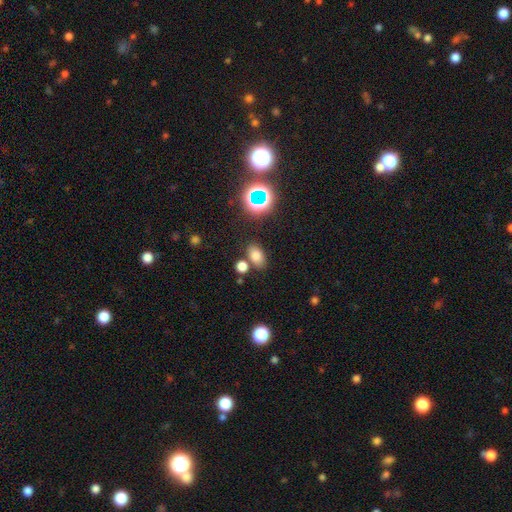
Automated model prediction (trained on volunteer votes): Smooth or featured? smooth (75%)
How rounded? in between (81%)
Merging? none (73%)